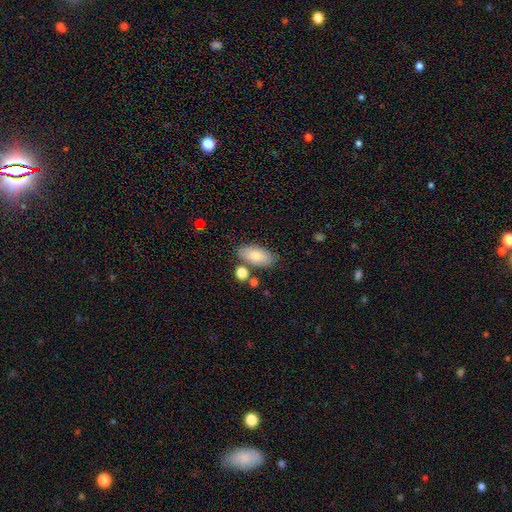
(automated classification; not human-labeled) This is clearly a smooth galaxy (83%). How rounded: clearly in between (91%). Merging: likely none (73%).